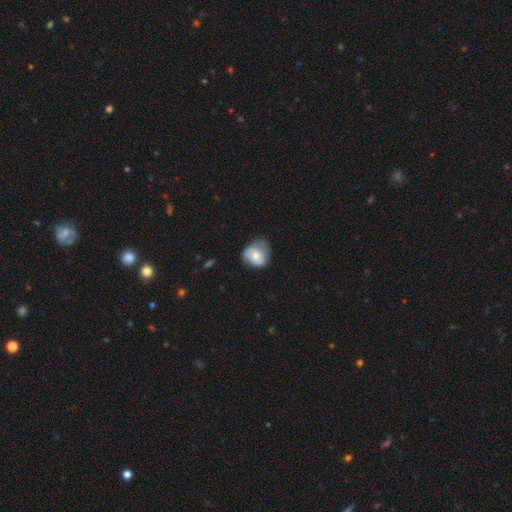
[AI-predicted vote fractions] Smooth or featured? Predicted: smooth (p=0.60). How rounded? Predicted: round (p=0.68). Merging? Predicted: none (p=0.49).